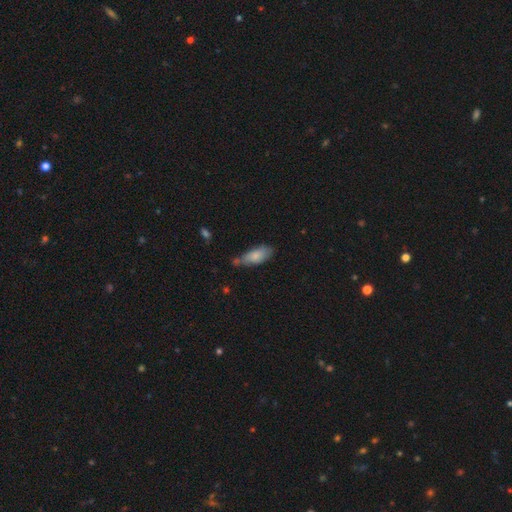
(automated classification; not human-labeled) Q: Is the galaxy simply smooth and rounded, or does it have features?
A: smooth — 78%.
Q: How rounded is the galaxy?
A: in between — 81%.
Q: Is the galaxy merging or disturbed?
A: none — 49%.